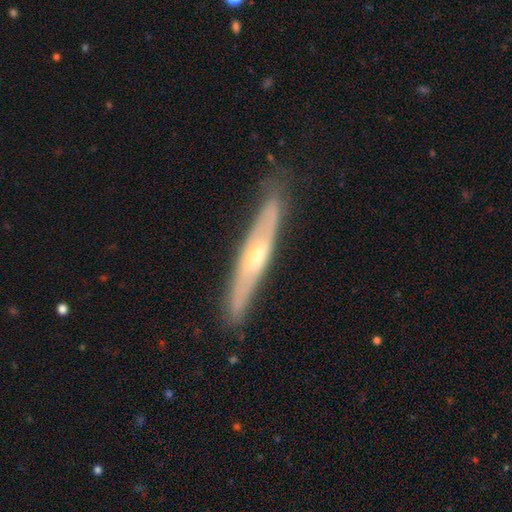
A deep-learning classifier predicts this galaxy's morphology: Smooth or featured?
  - featured or disk: 69% *
  - smooth: 25%
  - star or artifact: 6%
Edge-on disk?
  - yes: 74% *
  - no: 26%
Edge-on bulge?
  - rounded: 74% *
  - none: 22%
  - boxy: 4%
Merging?
  - none: 81% *
  - minor disturbance: 15%
  - major disturbance: 3%
  - merger: 1%